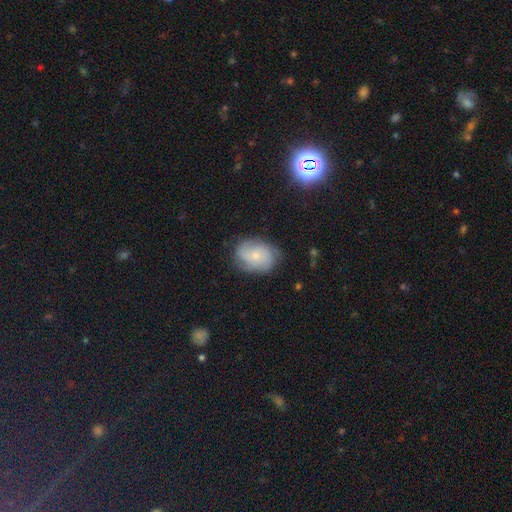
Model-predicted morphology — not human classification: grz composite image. It shows a featured or disk galaxy (58%) with no bar (78%), tight (46%) spiral arms (89%) and a small central bulge (67%). Merging: none (73%).